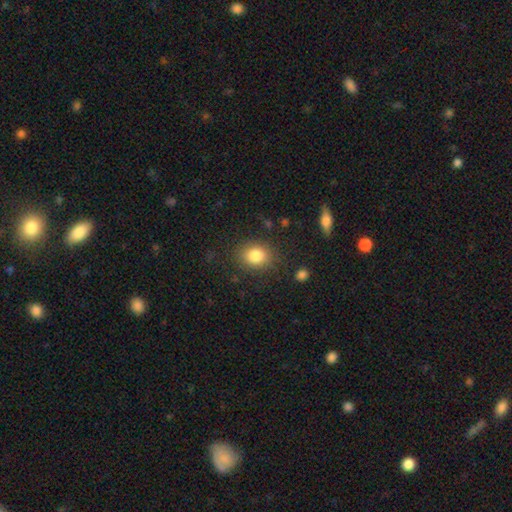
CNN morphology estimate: A smooth galaxy with no disk features (83%) that is round (56%).

Vote fractions:
- Smooth or featured? smooth: 83% / star or artifact: 10% / featured or disk: 7%
- How rounded? round: 56% / in between: 43% / cigar-shaped: 1%
- Merging? none: 82% / minor disturbance: 12% / major disturbance: 4% / merger: 2%